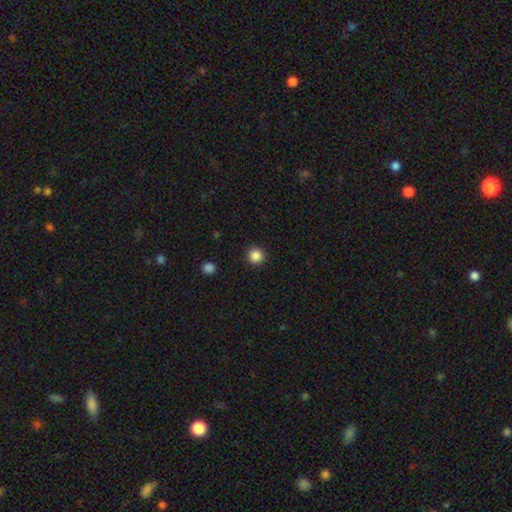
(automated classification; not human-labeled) Smooth or featured? smooth (87%)
How rounded? round (95%)
Merging? none (93%)